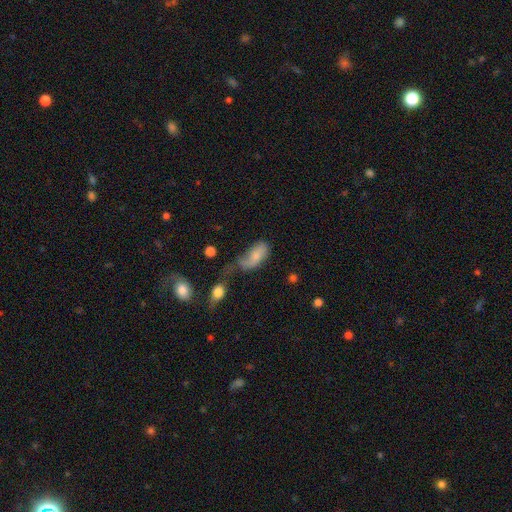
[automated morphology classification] This is likely a smooth galaxy (68%). How rounded: clearly in between (89%). Merging: marginally major disturbance (31%).